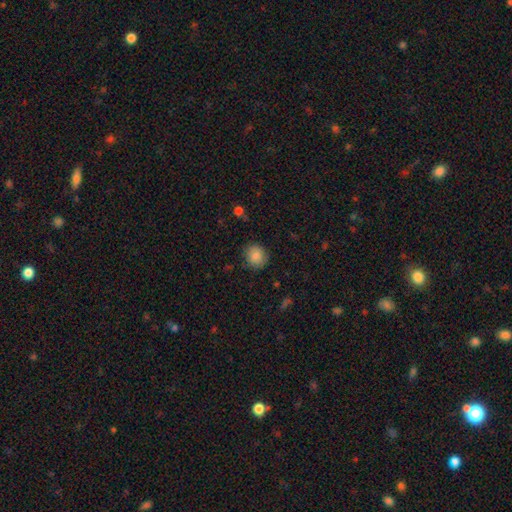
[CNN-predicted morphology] Smooth or featured? Predicted: smooth (p=0.87). How rounded? Predicted: round (p=0.83). Merging? Predicted: none (p=0.86).